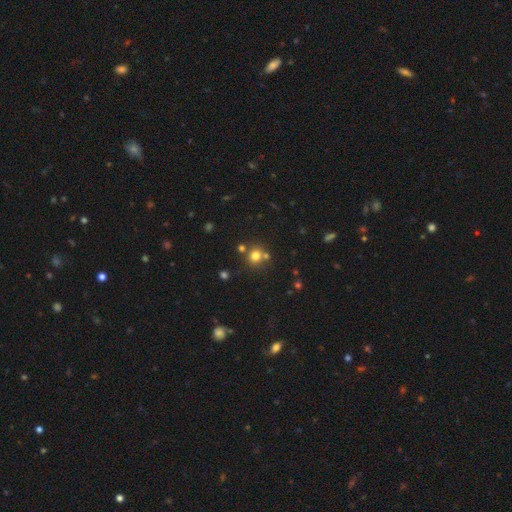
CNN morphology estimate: This appears to be a smooth galaxy with no disk features (74%) that is round (88%). Merging: none (67%).